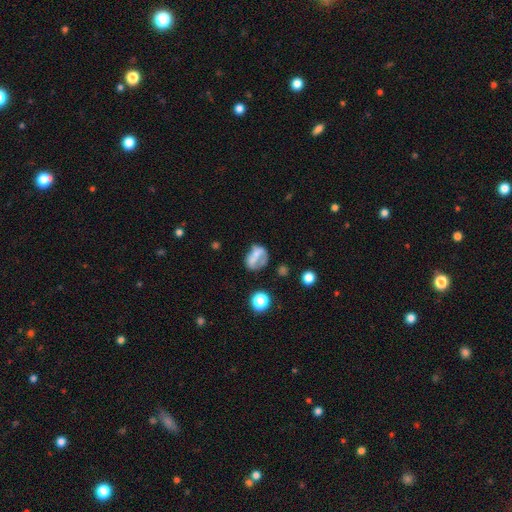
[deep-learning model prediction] smooth 48%, featured or disk 40%, star or artifact 12%. Down the decision tree: merging — none (35%).